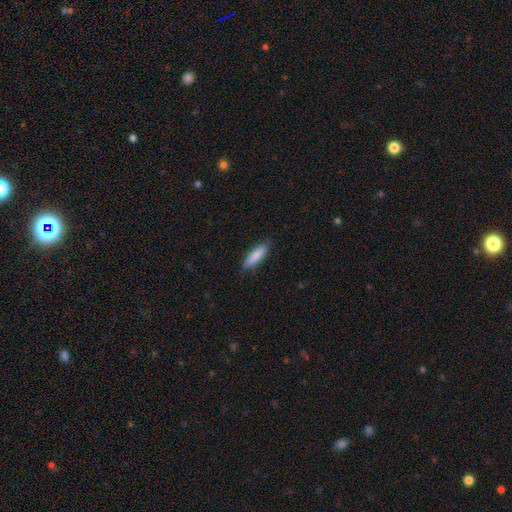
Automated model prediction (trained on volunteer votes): A smooth galaxy with no disk features (85%) that is cigar-shaped (62%). Merging: none (85%).